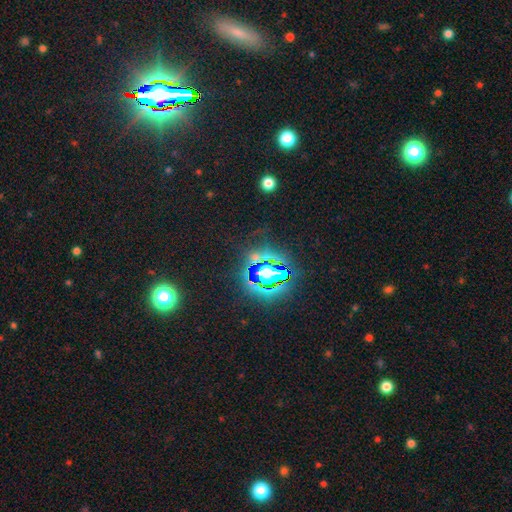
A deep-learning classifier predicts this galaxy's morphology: A star or artifact, not a galaxy (73%).